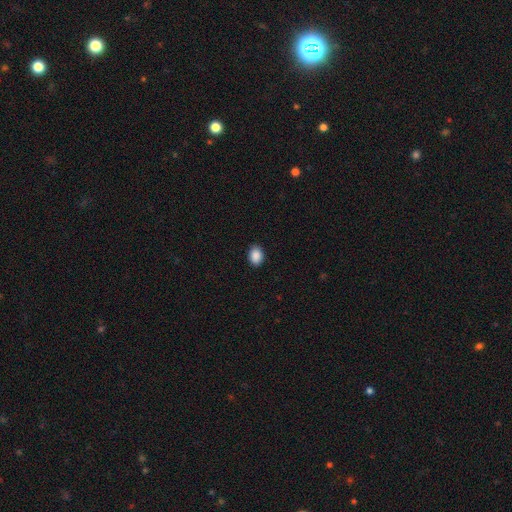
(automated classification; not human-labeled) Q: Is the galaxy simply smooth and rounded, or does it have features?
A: smooth — 90%.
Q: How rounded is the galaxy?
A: in between — 71%.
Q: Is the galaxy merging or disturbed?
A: none — 89%.